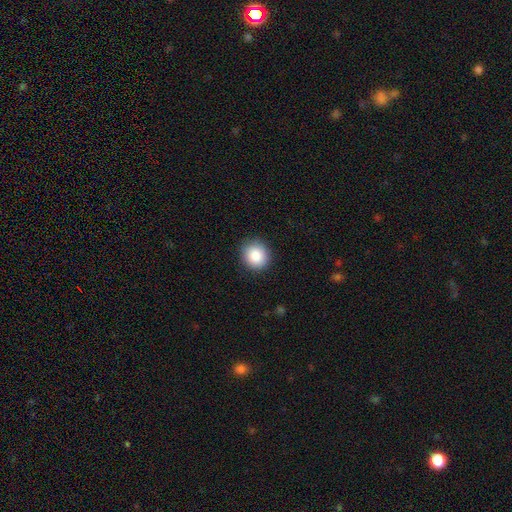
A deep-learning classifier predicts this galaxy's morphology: smooth_or_featured: smooth (p=0.88) [alt: star or artifact p=0.08]
how_rounded: round (p=0.82) [alt: in between p=0.17]
merging: none (p=0.87) [alt: minor disturbance p=0.10]